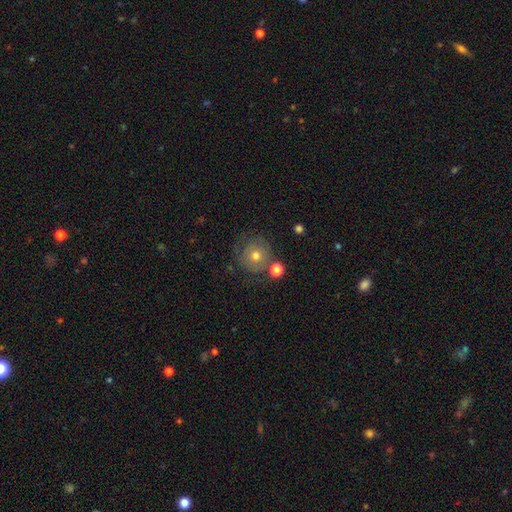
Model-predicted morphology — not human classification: This appears to be a smooth galaxy with no disk features (59%) that is round (91%). Merging: none (66%).